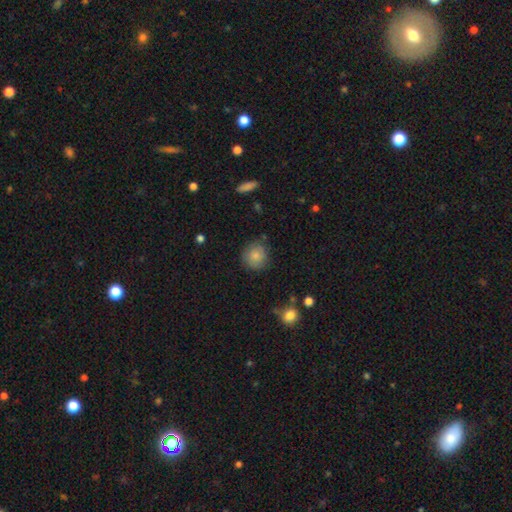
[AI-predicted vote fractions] Overall: smooth (83%). How rounded: round (87%). Merging: none (77%).